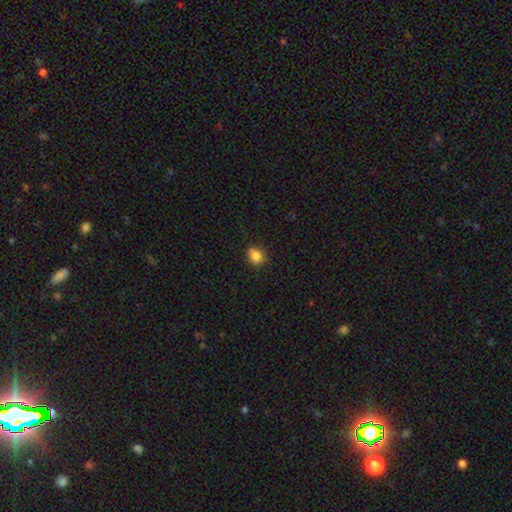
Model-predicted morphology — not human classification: This appears to be a smooth galaxy with no disk features (85%) that is round (62%). Merging: none (83%).